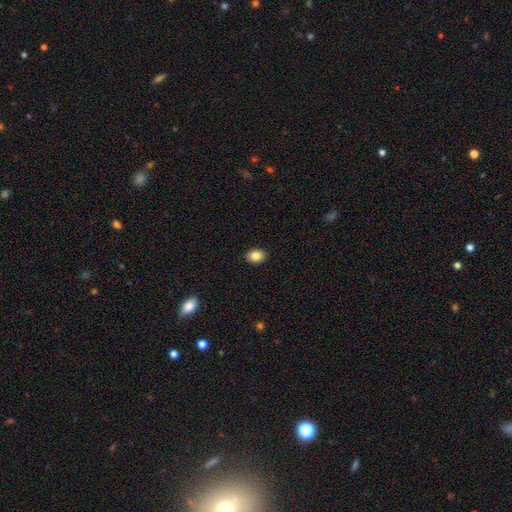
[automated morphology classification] Smooth or featured? Predicted: smooth (p=0.84). How rounded? Predicted: in between (p=0.66). Merging? Predicted: none (p=0.90).